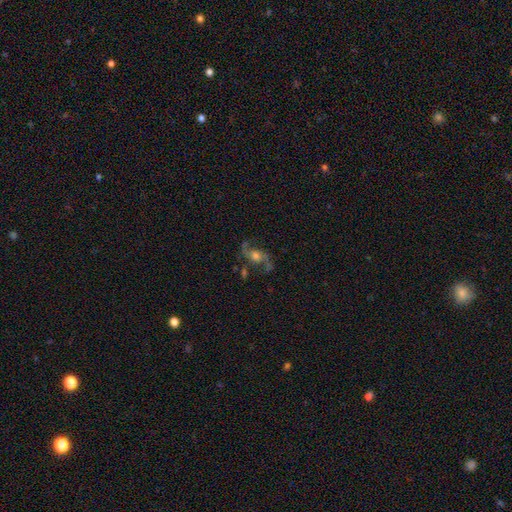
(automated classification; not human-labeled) Q: Smooth or featured?
A: featured or disk (80%); runner-up: smooth (11%)
Q: Edge-on disk?
A: no (95%); runner-up: yes (5%)
Q: Bar?
A: no (64%); runner-up: weak (28%)
Q: Spiral arms?
A: yes (94%); runner-up: no (6%)
Q: Spiral winding?
A: loose (65%); runner-up: medium (30%)
Q: Spiral arm count?
A: 2 (92%); runner-up: can't tell (2%)
Q: Bulge size?
A: moderate (53%); runner-up: large (23%)
Q: Merging?
A: none (68%); runner-up: minor disturbance (16%)